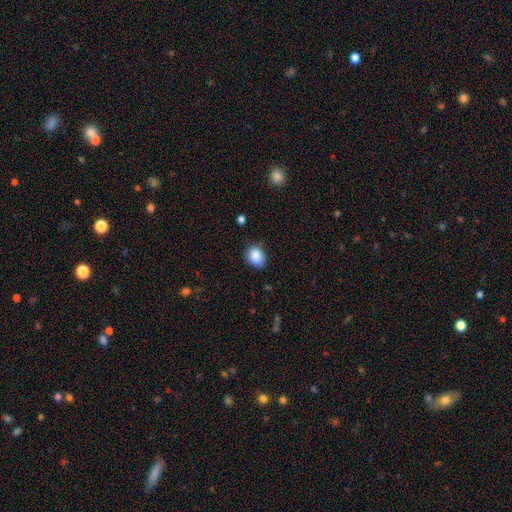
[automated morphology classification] smooth_or_featured: smooth (p=0.88) [alt: star or artifact p=0.08]
how_rounded: in between (p=0.56) [alt: round p=0.43]
merging: none (p=0.72) [alt: minor disturbance p=0.23]